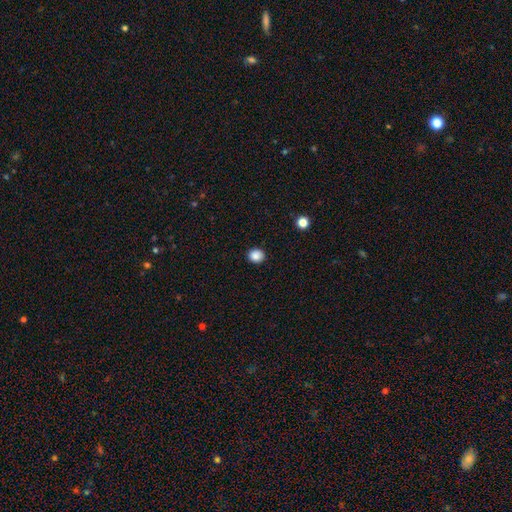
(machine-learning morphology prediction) smooth_or_featured: smooth (p=0.87) [alt: star or artifact p=0.10]
how_rounded: round (p=0.80) [alt: in between p=0.19]
merging: none (p=0.91) [alt: minor disturbance p=0.06]